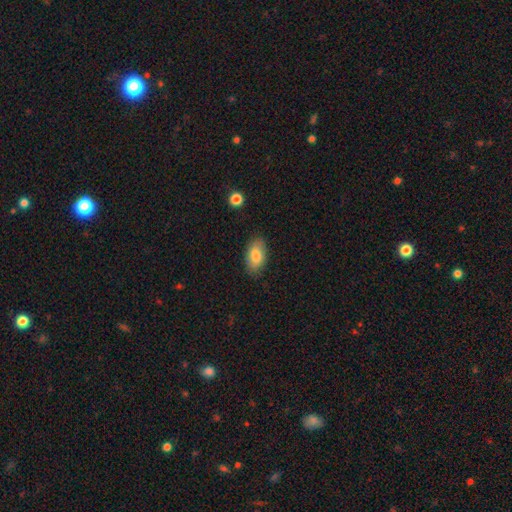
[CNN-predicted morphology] A smooth galaxy with no disk features (79%) that is in between round and cigar-shaped (93%).

Vote fractions:
- Smooth or featured? smooth: 79% / featured or disk: 14% / star or artifact: 7%
- How rounded? in between: 93% / round: 5% / cigar-shaped: 2%
- Merging? none: 83% / minor disturbance: 13% / major disturbance: 3% / merger: 1%